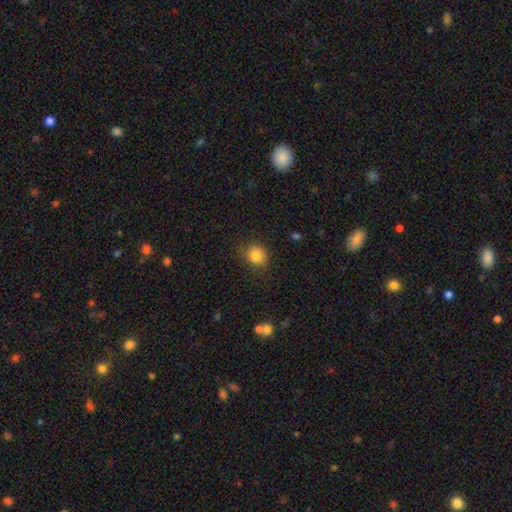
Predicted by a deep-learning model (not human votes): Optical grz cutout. It shows a smooth galaxy with no disk features (84%) that is round (79%). Merging: none (76%).